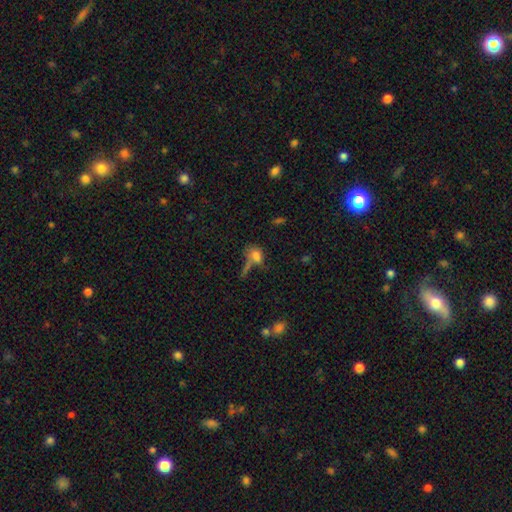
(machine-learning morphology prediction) Q: Smooth or featured?
A: smooth (71%); runner-up: star or artifact (15%)
Q: How rounded?
A: in between (64%); runner-up: round (29%)
Q: Merging?
A: none (40%); runner-up: merger (28%)